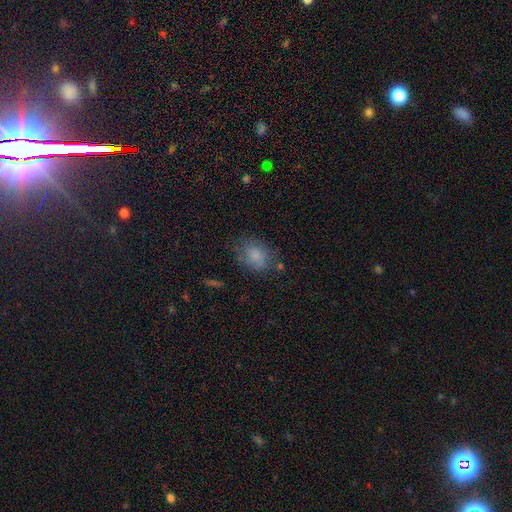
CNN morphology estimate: Smooth or featured? Predicted: smooth (p=0.79). How rounded? Predicted: in between (p=0.67). Merging? Predicted: none (p=0.64).